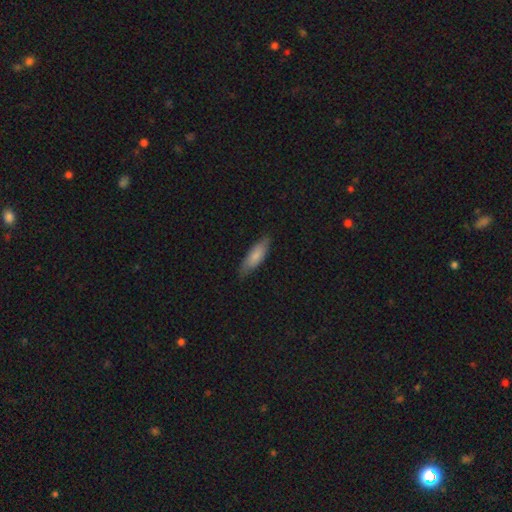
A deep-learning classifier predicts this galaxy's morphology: Smooth or featured? smooth (78%)
How rounded? in between (54%)
Merging? none (79%)